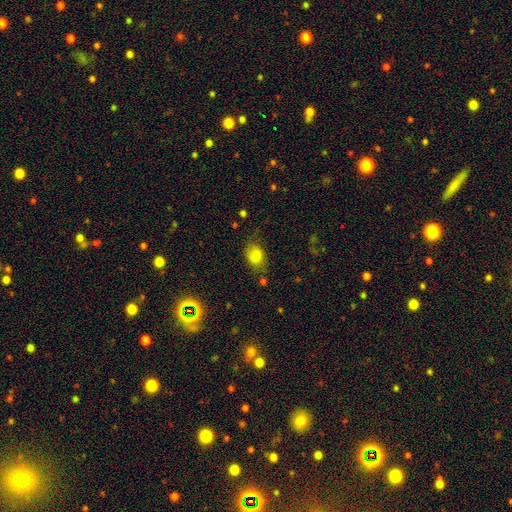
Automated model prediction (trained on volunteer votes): Q: Smooth or featured?
A: smooth (80%); runner-up: star or artifact (11%)
Q: How rounded?
A: in between (73%); runner-up: round (25%)
Q: Merging?
A: none (61%); runner-up: minor disturbance (26%)